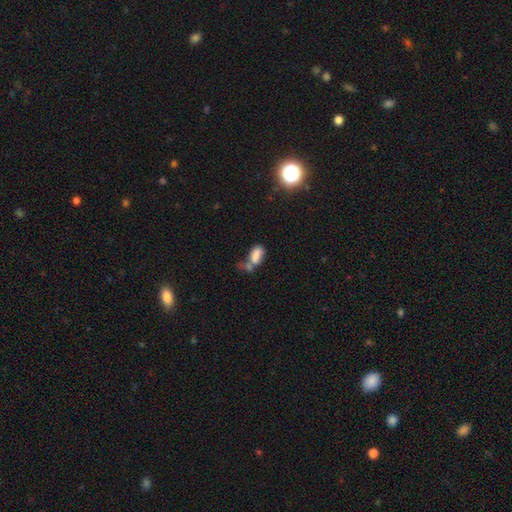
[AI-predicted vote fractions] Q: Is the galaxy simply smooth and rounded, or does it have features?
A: smooth — 76%.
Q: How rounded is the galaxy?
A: in between — 89%.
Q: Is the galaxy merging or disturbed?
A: merger — 42%.